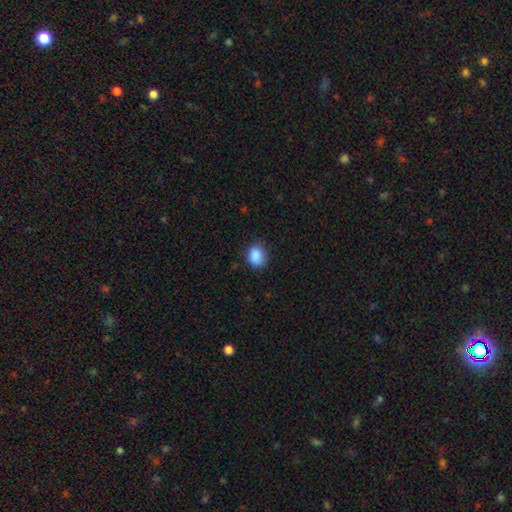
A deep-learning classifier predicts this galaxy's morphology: type=smooth (89%); roundness=in between (52%); merging=none (80%).